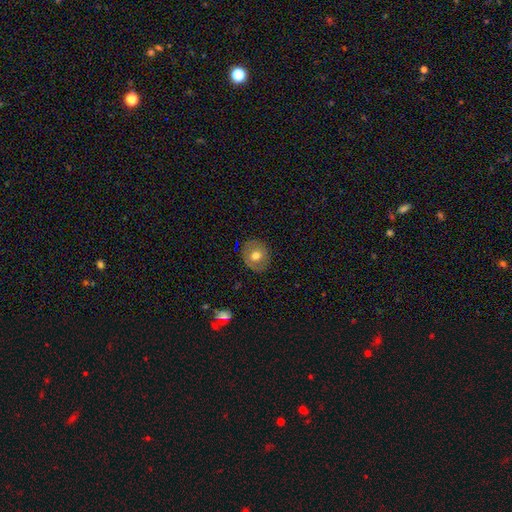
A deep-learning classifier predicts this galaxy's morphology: Smooth or featured? Predicted: smooth (p=0.65). How rounded? Predicted: round (p=0.80). Merging? Predicted: none (p=0.85).